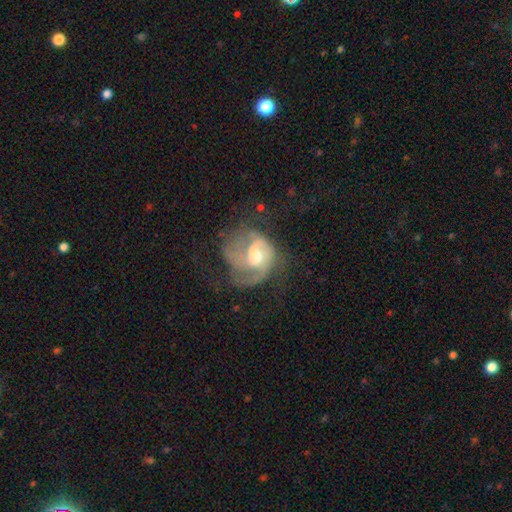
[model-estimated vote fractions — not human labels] Q: Smooth or featured?
A: featured or disk (76%); runner-up: smooth (18%)
Q: Edge-on disk?
A: no (98%); runner-up: yes (2%)
Q: Bar?
A: no (58%); runner-up: weak (35%)
Q: Spiral arms?
A: yes (85%); runner-up: no (15%)
Q: Spiral winding?
A: medium (44%); runner-up: tight (29%)
Q: Spiral arm count?
A: 2 (37%); runner-up: can't tell (22%)
Q: Bulge size?
A: moderate (68%); runner-up: small (15%)
Q: Merging?
A: major disturbance (40%); runner-up: none (35%)